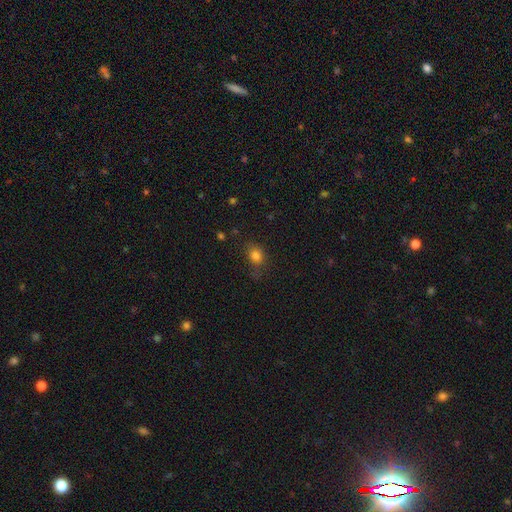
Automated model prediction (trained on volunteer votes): Smooth or featured? Predicted: smooth (p=0.80). How rounded? Predicted: in between (p=0.50). Merging? Predicted: none (p=0.69).